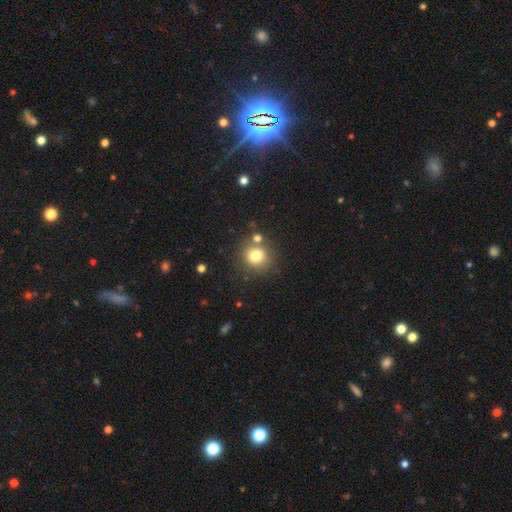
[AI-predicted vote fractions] Smooth or featured: smooth — 78% (star or artifact — 13%)
How rounded: round — 89% (in between — 10%)
Merging: none — 76% (merger — 12%)